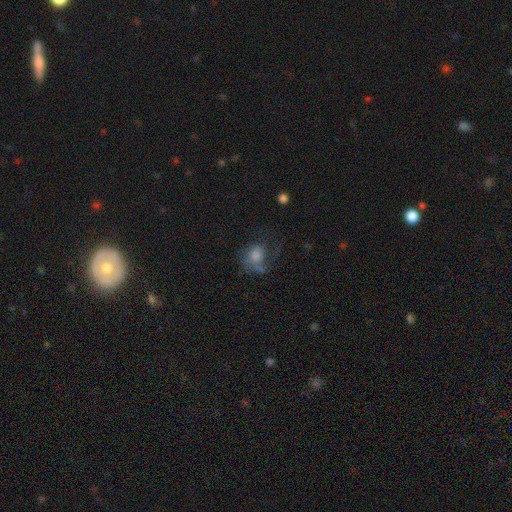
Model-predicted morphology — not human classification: type=featured or disk (47%); merging=none (41%).